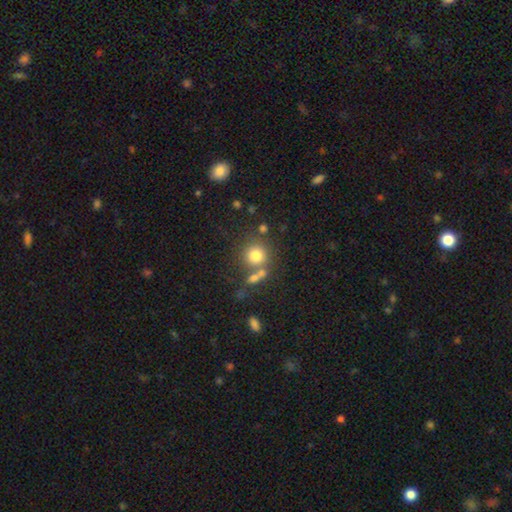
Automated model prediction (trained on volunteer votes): Q: Smooth or featured?
A: smooth (77%); runner-up: star or artifact (13%)
Q: How rounded?
A: round (89%); runner-up: in between (10%)
Q: Merging?
A: none (61%); runner-up: merger (23%)